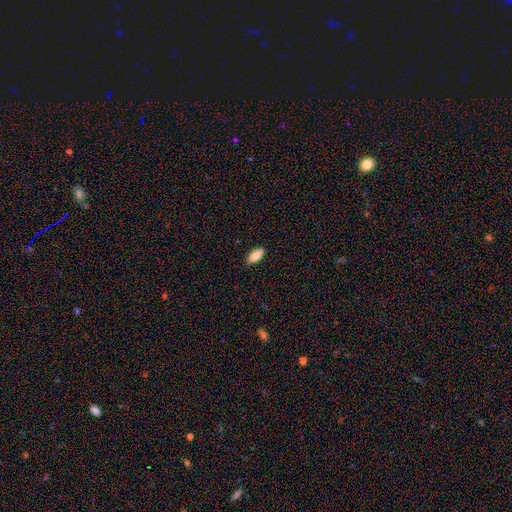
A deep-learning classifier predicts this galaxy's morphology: This appears to be a smooth galaxy with no disk features (85%) that is in between round and cigar-shaped (85%). Merging: none (89%).